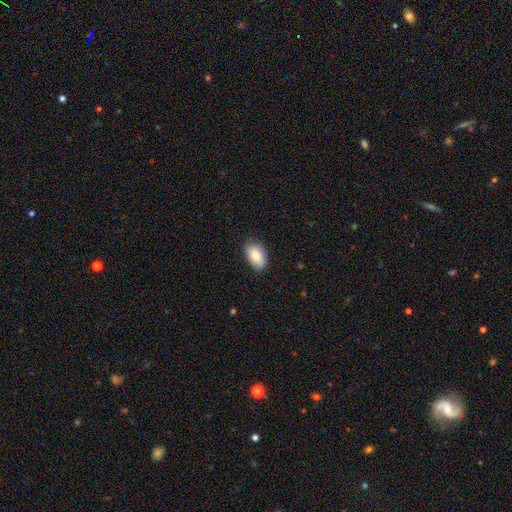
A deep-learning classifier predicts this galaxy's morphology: smooth 82%, featured or disk 11%, star or artifact 7%. Down the decision tree: how rounded — in between (92%); merging — none (82%).